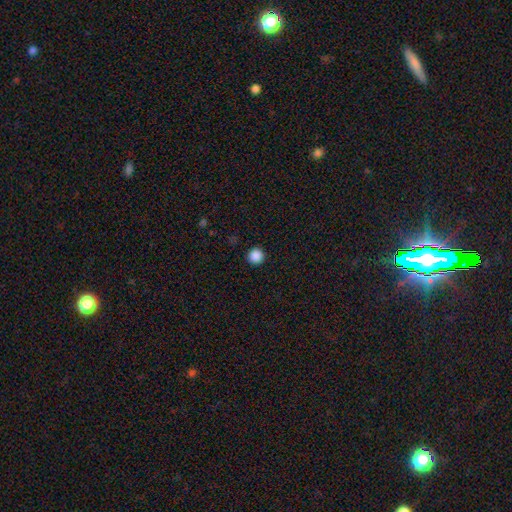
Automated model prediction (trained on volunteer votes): Overall: smooth (87%). How rounded: round (96%). Merging: none (93%).